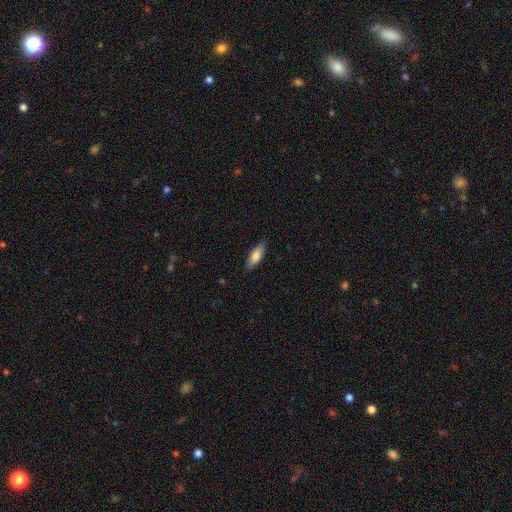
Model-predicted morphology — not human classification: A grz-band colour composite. It shows a smooth galaxy with no disk features (79%) that is in between round and cigar-shaped (64%). Merging: none (84%).